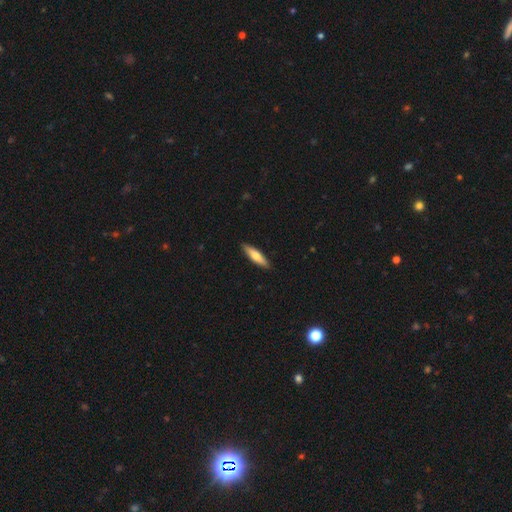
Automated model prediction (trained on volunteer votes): This appears to be a smooth galaxy with no disk features (63%) that is cigar-shaped (74%). Merging: none (90%).